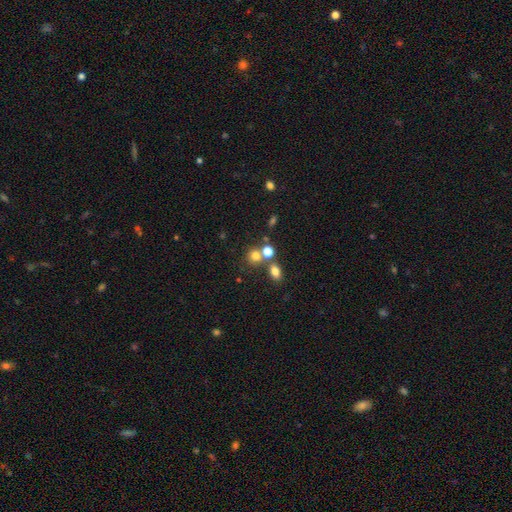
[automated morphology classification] Overall: smooth (74%). How rounded: round (79%). Merging: none (56%; merger 31%).